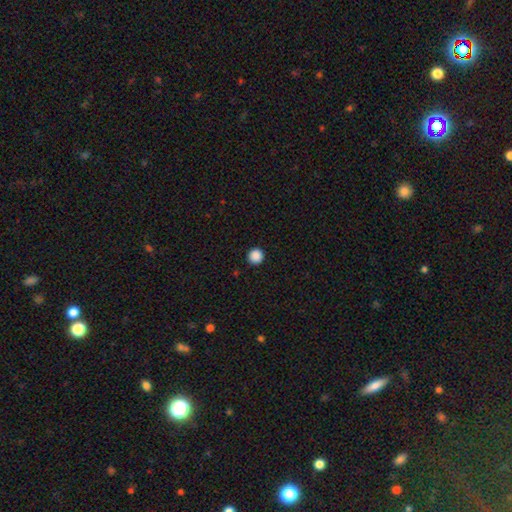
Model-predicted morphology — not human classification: smooth 88%, star or artifact 10%, featured or disk 2%. Down the decision tree: how rounded — round (96%); merging — none (93%).